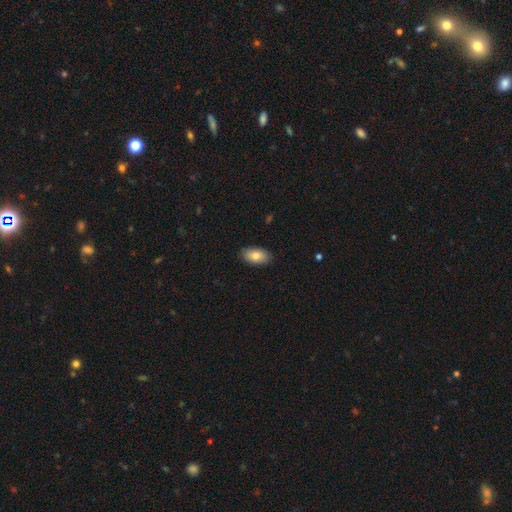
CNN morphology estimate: A smooth galaxy with no disk features (81%) that is in between round and cigar-shaped (94%). Merging: none (87%).